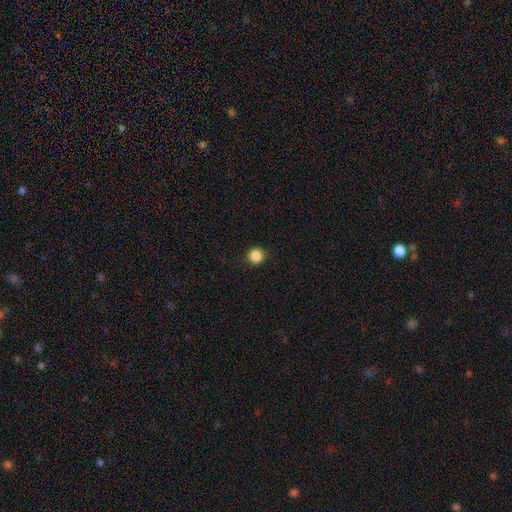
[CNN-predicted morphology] A smooth galaxy with no disk features (86%) that is round (94%).

Vote fractions:
- Smooth or featured? smooth: 86% / star or artifact: 11% / featured or disk: 3%
- How rounded? round: 94% / in between: 5% / cigar-shaped: 1%
- Merging? none: 91% / minor disturbance: 6% / major disturbance: 2% / merger: 1%